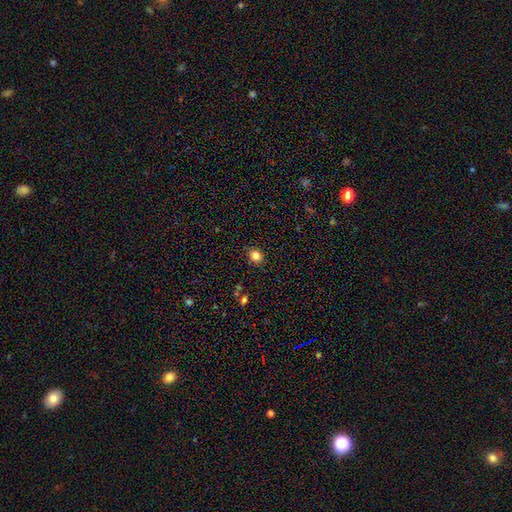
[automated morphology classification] Smooth or featured: smooth — 82% (star or artifact — 13%)
How rounded: round — 79% (in between — 20%)
Merging: none — 86% (minor disturbance — 10%)